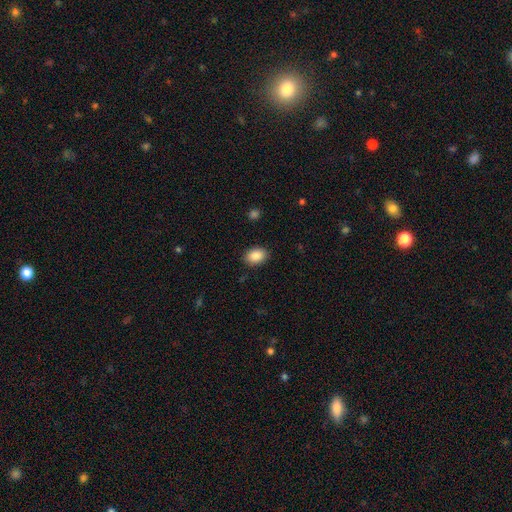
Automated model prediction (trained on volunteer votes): The model was most divided on "how rounded": in between: 78%, round: 21%, cigar-shaped: 1%. More confident: merging — none (88%); smooth or featured — smooth (88%).